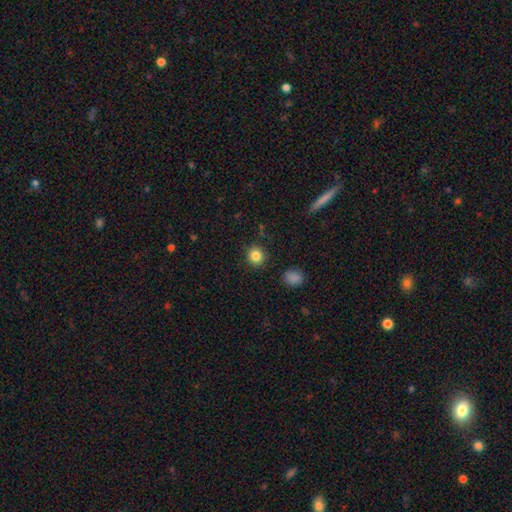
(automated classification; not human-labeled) A smooth galaxy with no disk features (84%) that is round (88%).

Vote fractions:
- Smooth or featured? smooth: 84% / star or artifact: 11% / featured or disk: 5%
- How rounded? round: 88% / in between: 12% / cigar-shaped: 1%
- Merging? none: 89% / minor disturbance: 7% / major disturbance: 2% / merger: 2%